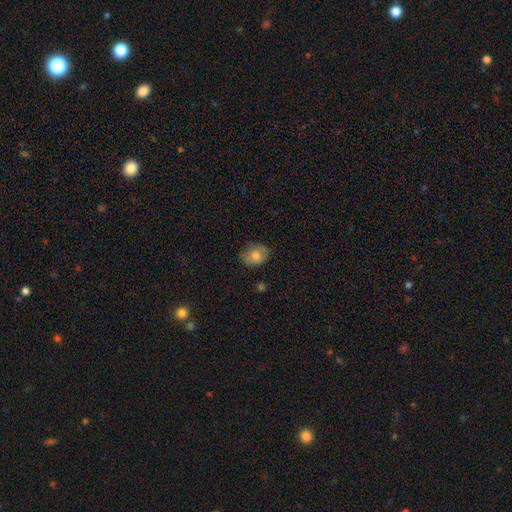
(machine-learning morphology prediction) Smooth or featured: smooth — 73% (featured or disk — 18%)
How rounded: in between — 57% (round — 42%)
Merging: none — 71% (minor disturbance — 23%)